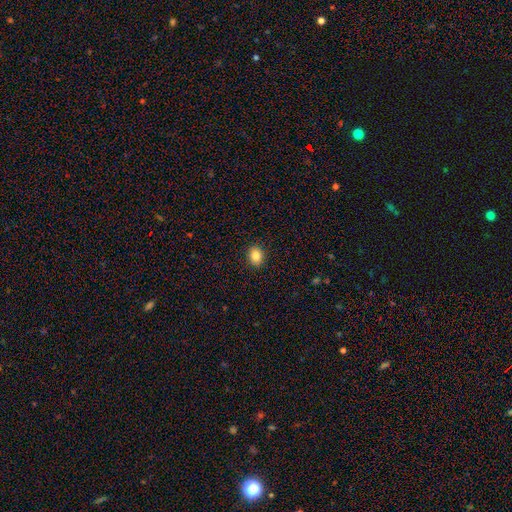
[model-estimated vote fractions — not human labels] This is clearly a smooth galaxy (86%). How rounded: possibly in between (56%). Merging: clearly none (91%).